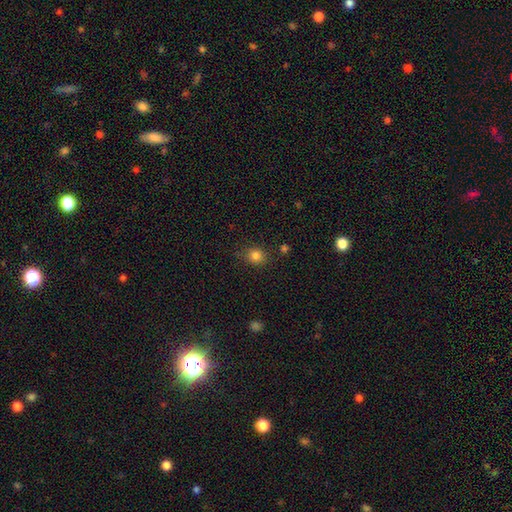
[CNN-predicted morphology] Overall: smooth (82%). How rounded: round (76%). Merging: none (83%).